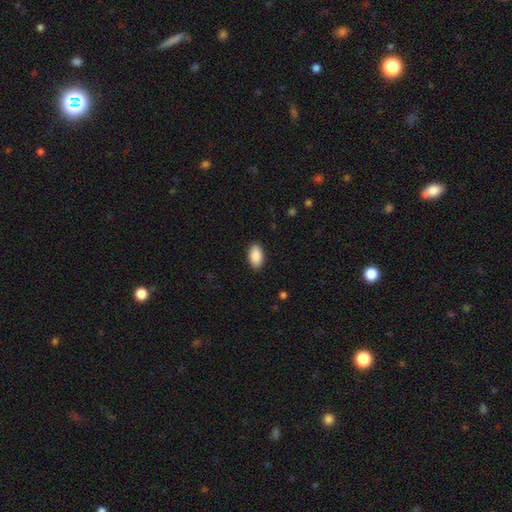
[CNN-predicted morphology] smooth 91%, star or artifact 6%, featured or disk 3%. Down the decision tree: how rounded — in between (95%); merging — none (89%).